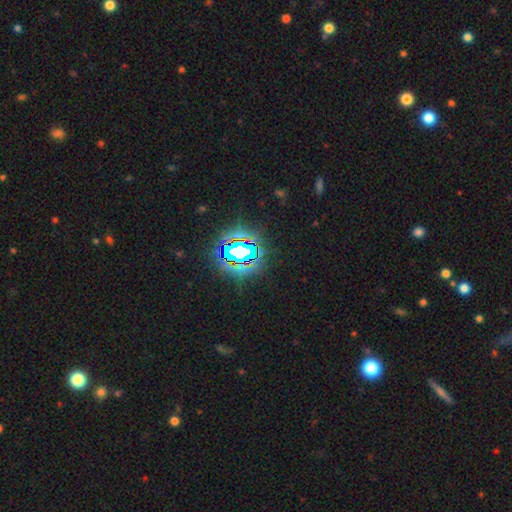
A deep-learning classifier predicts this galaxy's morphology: This appears to be a star or artifact, not a galaxy (84%).